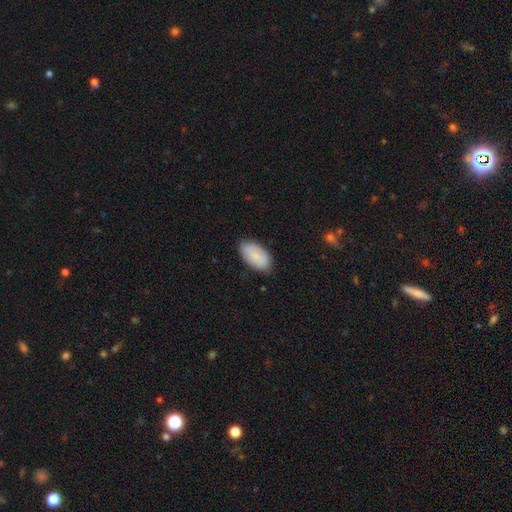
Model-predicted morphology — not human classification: This is clearly a smooth galaxy (82%). How rounded: clearly in between (95%). Merging: clearly none (82%).